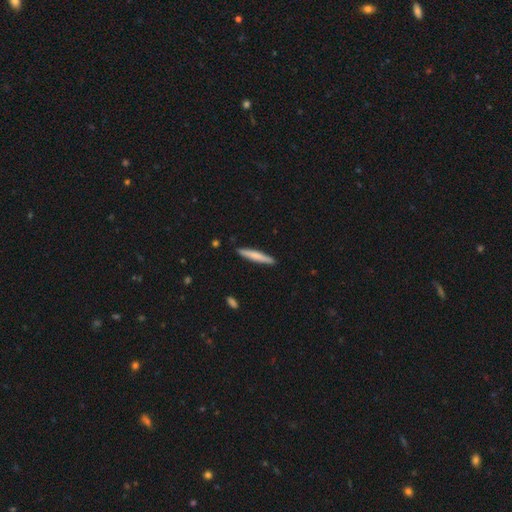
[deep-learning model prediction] Smooth or featured? Predicted: smooth (p=0.70). How rounded? Predicted: cigar-shaped (p=0.93). Merging? Predicted: none (p=0.90).